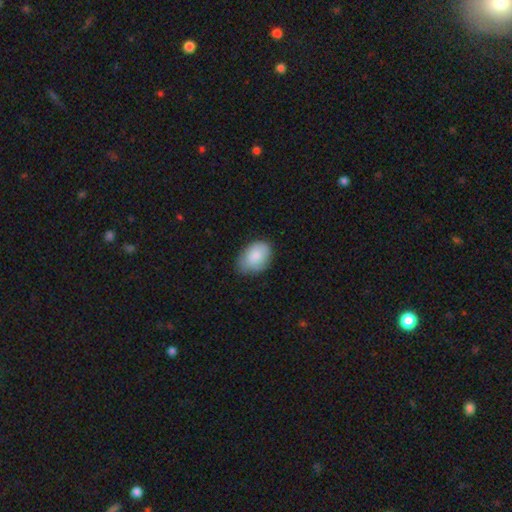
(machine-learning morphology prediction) This is clearly a smooth galaxy (85%). How rounded: clearly in between (84%). Merging: likely none (67%).